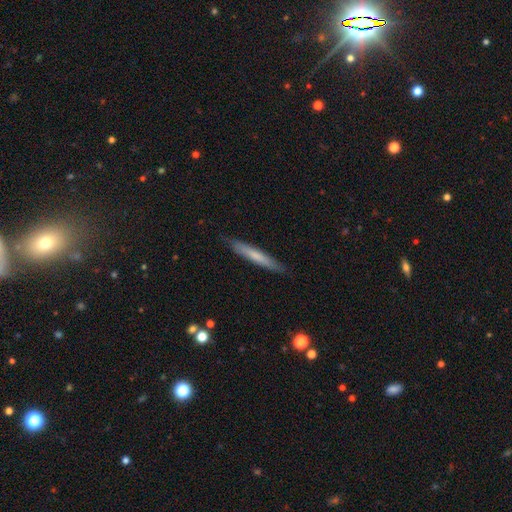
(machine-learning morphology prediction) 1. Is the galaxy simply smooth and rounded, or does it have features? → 62% smooth, 32% featured or disk, 5% star or artifact.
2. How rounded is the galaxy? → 95% cigar-shaped, 4% in between, 1% round.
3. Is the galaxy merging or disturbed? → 87% none, 10% minor disturbance, 2% major disturbance, 1% merger.